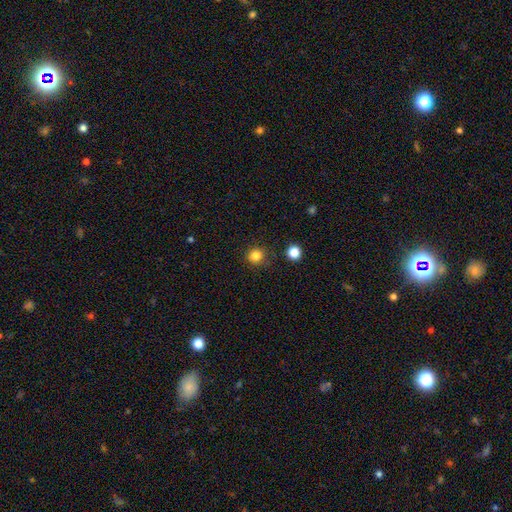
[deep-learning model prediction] A smooth galaxy with no disk features (83%) that is round (92%).

Vote fractions:
- Smooth or featured? smooth: 83% / star or artifact: 13% / featured or disk: 4%
- How rounded? round: 92% / in between: 7% / cigar-shaped: 1%
- Merging? none: 86% / minor disturbance: 9% / major disturbance: 3% / merger: 2%